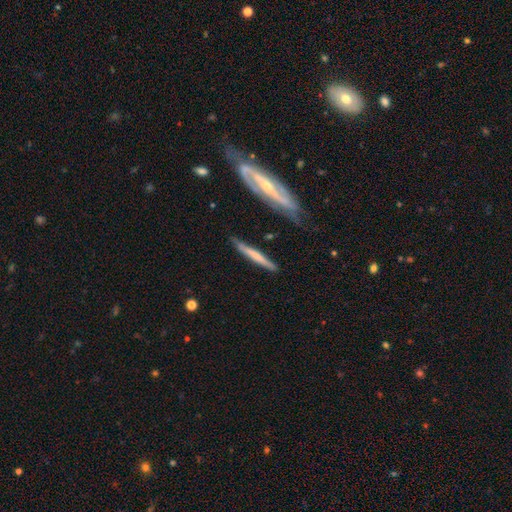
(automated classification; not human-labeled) Overall: featured or disk (51%; smooth 43%). Edge-on disk: yes (86%). Merging: none (77%).